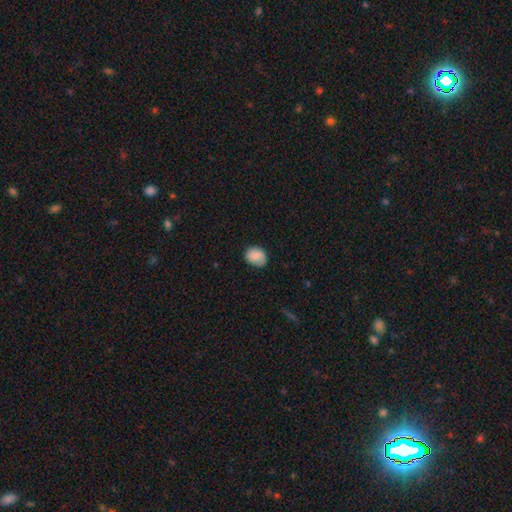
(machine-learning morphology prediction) Smooth or featured: smooth — 85% (star or artifact — 8%)
How rounded: in between — 51% (round — 48%)
Merging: none — 76% (minor disturbance — 20%)